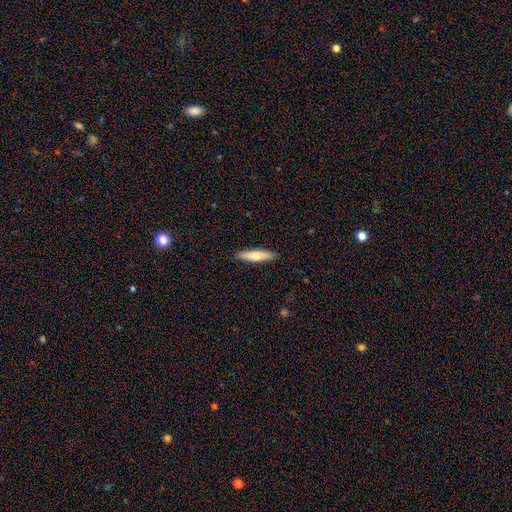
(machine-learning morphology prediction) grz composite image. It shows a smooth galaxy with no disk features (65%) that is cigar-shaped (80%). Merging: none (90%).